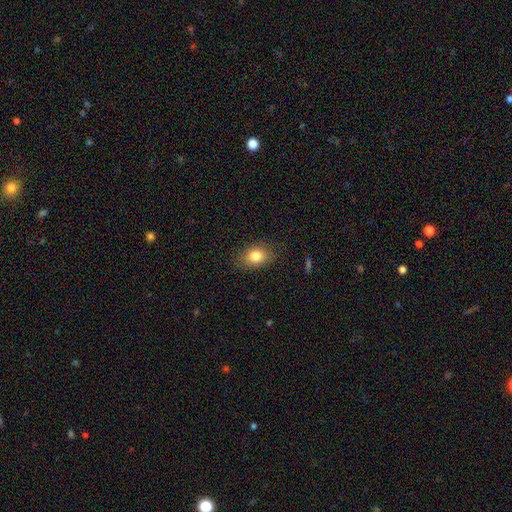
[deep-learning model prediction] smooth-or-featured: smooth: 80% | star or artifact: 10% | featured or disk: 10%
  how-rounded: in between: 69% | round: 29% | cigar-shaped: 2%
  merging: none: 83% | minor disturbance: 13% | major disturbance: 3% | merger: 1%